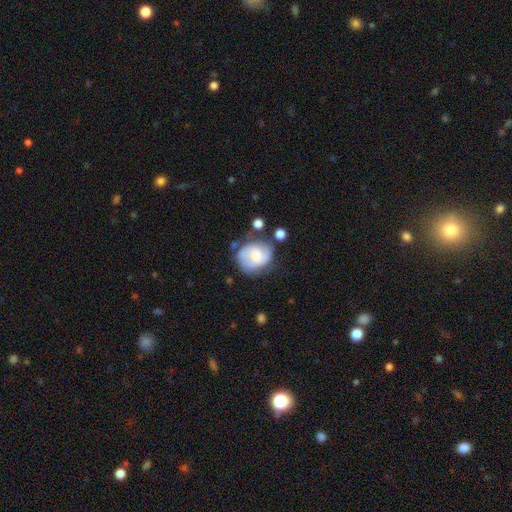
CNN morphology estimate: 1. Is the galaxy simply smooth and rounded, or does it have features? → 54% featured or disk, 38% smooth, 8% star or artifact.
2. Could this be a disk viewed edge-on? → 97% no, 3% yes.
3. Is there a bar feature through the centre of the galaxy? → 55% no, 37% weak, 8% strong.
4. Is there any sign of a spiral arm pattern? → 82% yes, 18% no.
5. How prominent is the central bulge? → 35% moderate, 29% small, 17% none, 16% large, 3% dominant.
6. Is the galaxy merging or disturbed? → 57% none, 24% minor disturbance, 11% major disturbance, 8% merger.